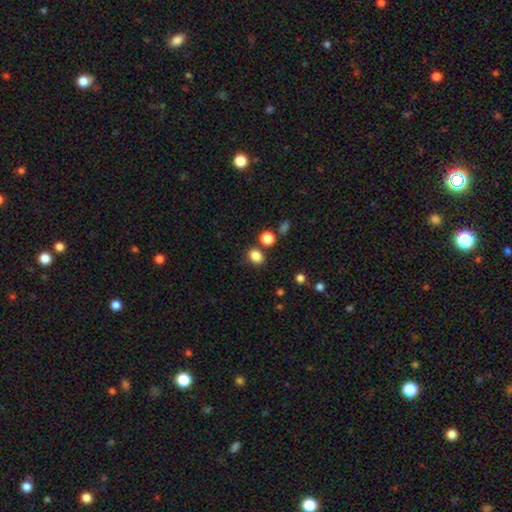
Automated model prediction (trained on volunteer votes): smooth 85%, star or artifact 11%, featured or disk 4%. Down the decision tree: how rounded — in between (53%); merging — none (76%).